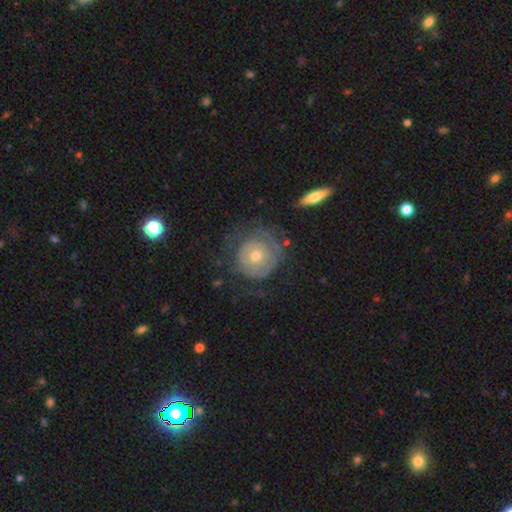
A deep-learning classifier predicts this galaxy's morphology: The model was most divided on "bulge size": moderate: 51%, small: 44%, large: 3%, none: 1%, dominant: 1%. More confident: edge-on disk — no (96%); bar — no (85%); smooth or featured — featured or disk (61%); spiral arms — yes (61%); merging — none (58%).